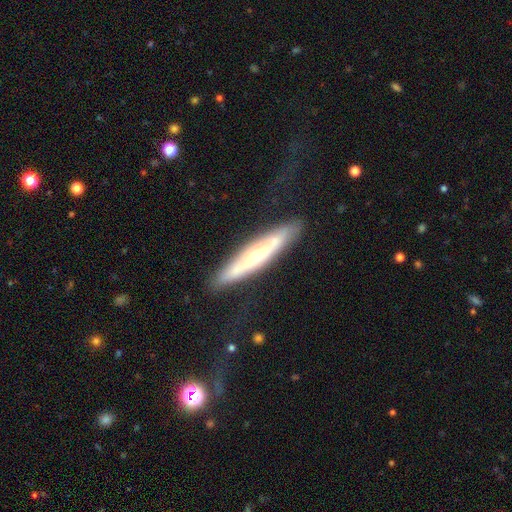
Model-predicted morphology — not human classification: smooth-or-featured: featured or disk: 58% | smooth: 36% | star or artifact: 6%
  disk-edge-on: yes: 72% | no: 28%
  merging: none: 76% | minor disturbance: 16% | major disturbance: 6% | merger: 2%